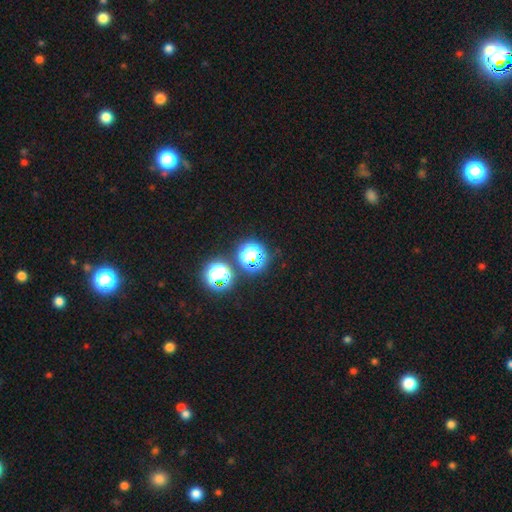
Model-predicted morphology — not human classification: Q: Smooth or featured?
A: star or artifact (55%); runner-up: smooth (35%)